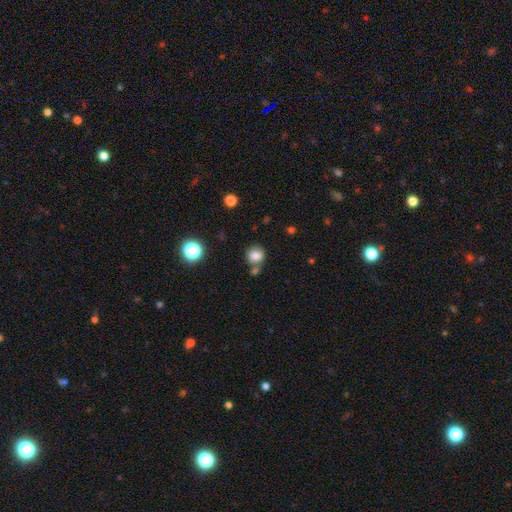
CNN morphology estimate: smooth_or_featured: smooth (p=0.81) [alt: star or artifact p=0.12]
how_rounded: round (p=0.84) [alt: in between p=0.15]
merging: none (p=0.64) [alt: merger p=0.19]